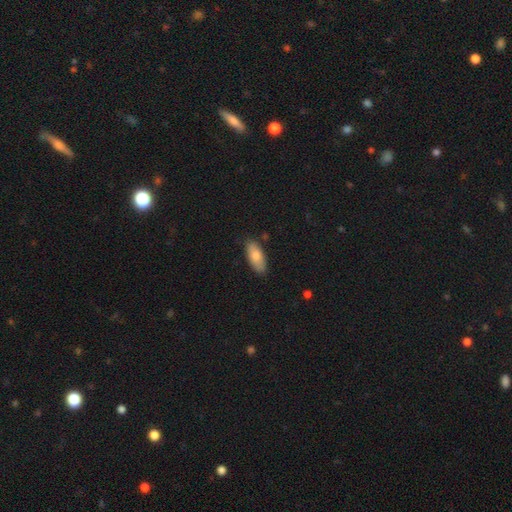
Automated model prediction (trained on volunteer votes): The model was most divided on "merging": none: 82%, minor disturbance: 14%, major disturbance: 2%, merger: 2%. More confident: how rounded — in between (84%); smooth or featured — smooth (82%).